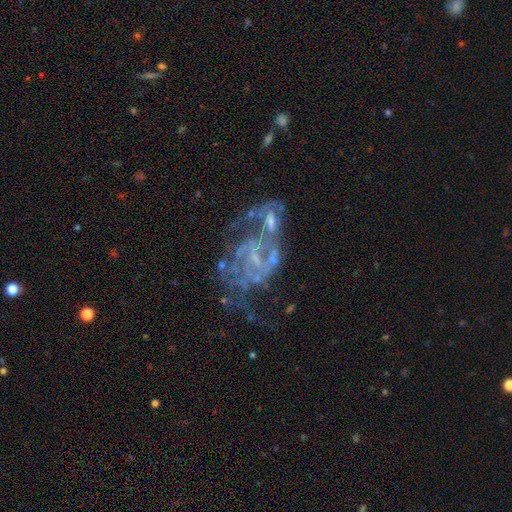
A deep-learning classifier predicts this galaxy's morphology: The model was most divided on "merging": major disturbance: 30%, merger: 29%, none: 27%, minor disturbance: 14%. Remaining: edge-on disk — no (97%); smooth or featured — featured or disk (76%); spiral arms — yes (66%); bar — no (63%); bulge size — small (44%).